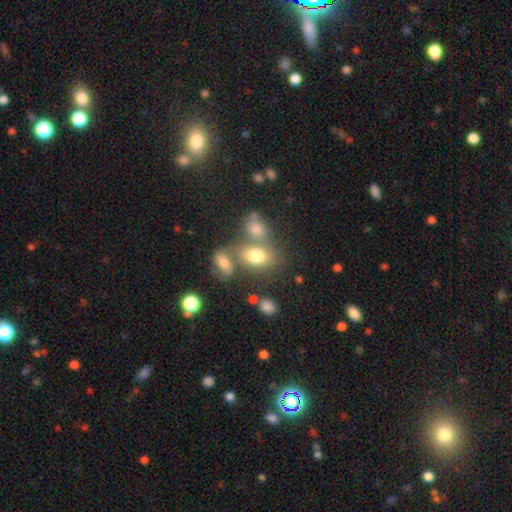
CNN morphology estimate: This appears to be a smooth galaxy with no disk features (73%) that is in between round and cigar-shaped (71%). Merging: none (41%).